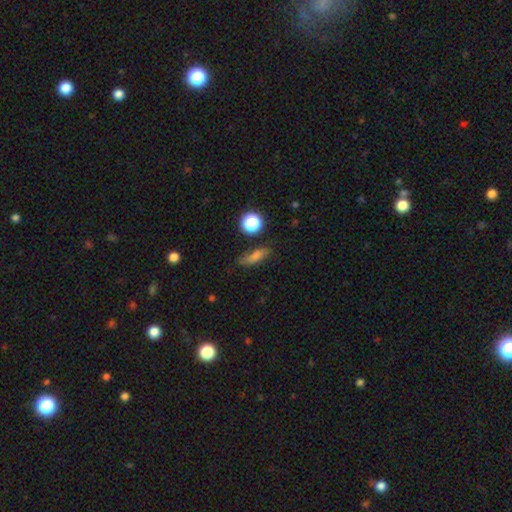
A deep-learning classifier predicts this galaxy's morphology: Q: Smooth or featured?
A: smooth (72%); runner-up: star or artifact (14%)
Q: How rounded?
A: in between (48%); runner-up: cigar-shaped (38%)
Q: Merging?
A: none (71%); runner-up: minor disturbance (20%)